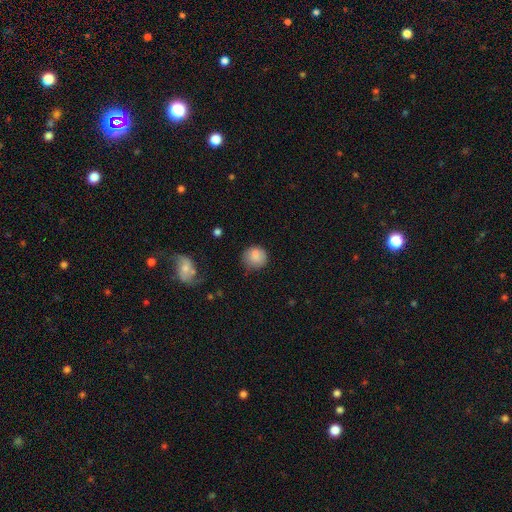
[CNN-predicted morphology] A smooth galaxy with no disk features (84%) that is round (86%). Merging: none (73%).